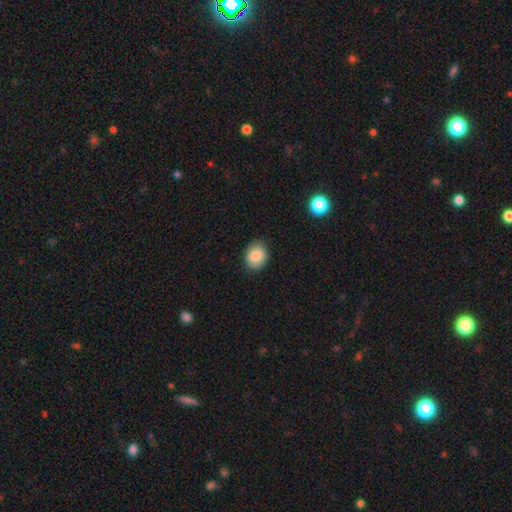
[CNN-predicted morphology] Q: Smooth or featured?
A: smooth (85%); runner-up: star or artifact (8%)
Q: How rounded?
A: in between (52%); runner-up: round (47%)
Q: Merging?
A: none (86%); runner-up: minor disturbance (11%)